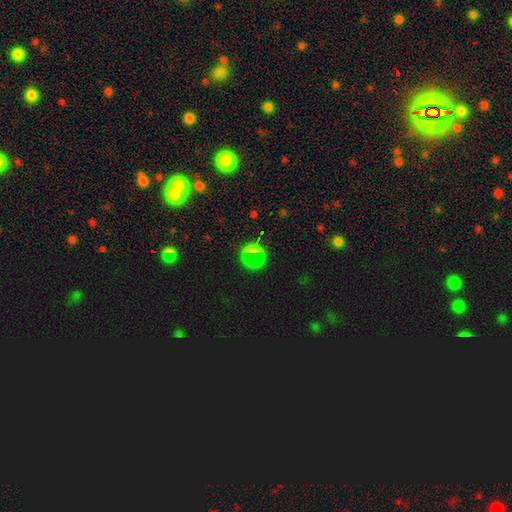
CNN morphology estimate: smooth_or_featured: smooth (p=0.66) [alt: star or artifact p=0.28]
how_rounded: round (p=0.88) [alt: in between p=0.10]
merging: none (p=0.89) [alt: minor disturbance p=0.07]